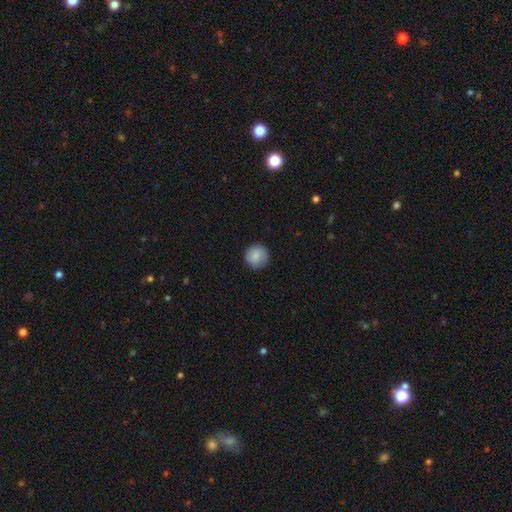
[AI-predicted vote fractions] smooth-or-featured: smooth: 84% | featured or disk: 8% | star or artifact: 7%
  how-rounded: round: 95% | in between: 4% | cigar-shaped: 1%
  merging: none: 88% | minor disturbance: 9% | major disturbance: 2% | merger: 1%